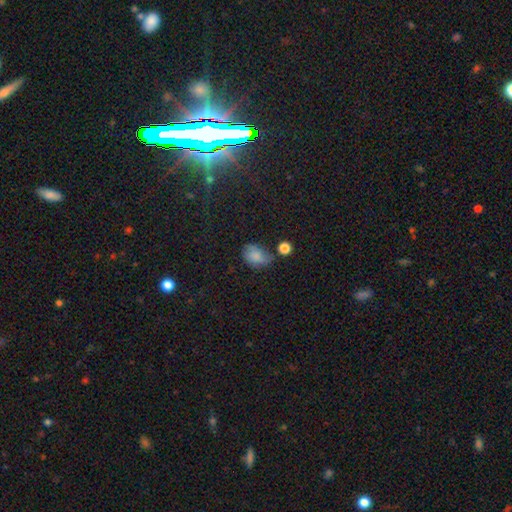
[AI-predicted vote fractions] smooth-or-featured: smooth: 77% | star or artifact: 12% | featured or disk: 11%
  how-rounded: in between: 76% | round: 23% | cigar-shaped: 1%
  merging: none: 42% | minor disturbance: 34% | major disturbance: 15% | merger: 9%